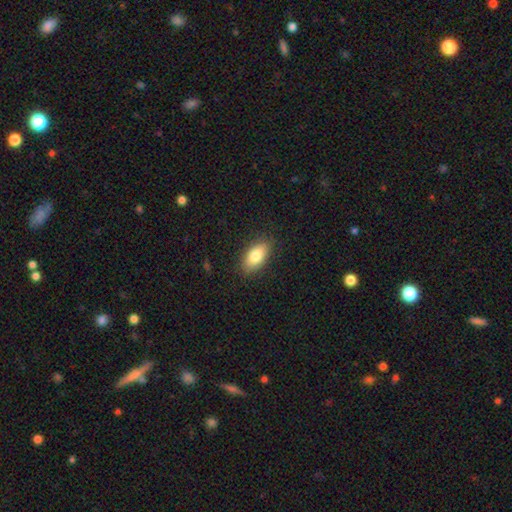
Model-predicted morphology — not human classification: A smooth galaxy with no disk features (82%) that is in between round and cigar-shaped (91%).

Vote fractions:
- Smooth or featured? smooth: 82% / featured or disk: 11% / star or artifact: 7%
- How rounded? in between: 91% / cigar-shaped: 5% / round: 4%
- Merging? none: 86% / minor disturbance: 10% / major disturbance: 3% / merger: 1%